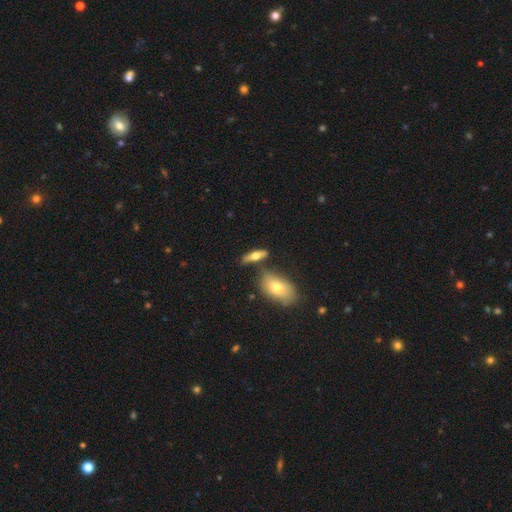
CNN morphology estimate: Smooth or featured? Predicted: smooth (p=0.50). Merging? Predicted: none (p=0.65).